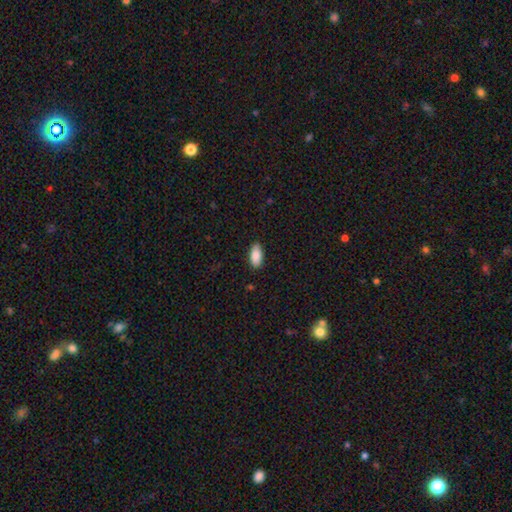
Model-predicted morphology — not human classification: smooth_or_featured: smooth (p=0.88) [alt: star or artifact p=0.06]
how_rounded: in between (p=0.90) [alt: cigar-shaped p=0.08]
merging: none (p=0.87) [alt: minor disturbance p=0.10]